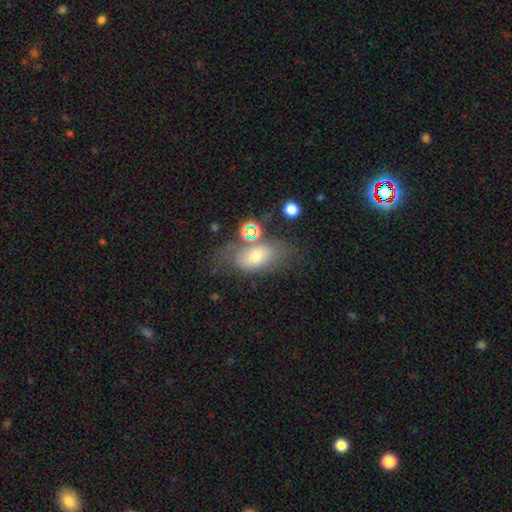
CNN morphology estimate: Overall: smooth (61%; featured or disk 27%). How rounded: in between (85%). Merging: none (51%; minor disturbance 23%).